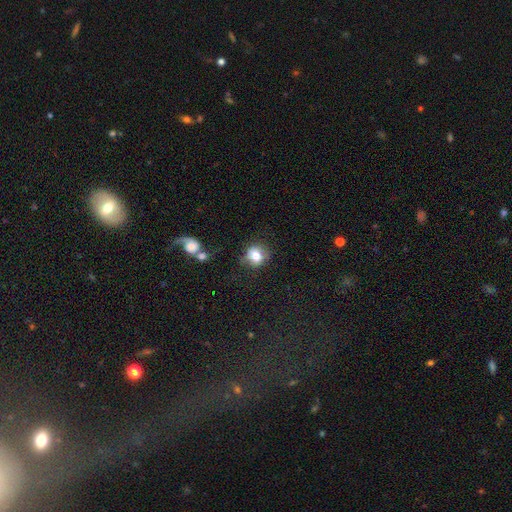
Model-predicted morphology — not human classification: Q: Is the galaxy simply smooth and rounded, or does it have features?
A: smooth — 79%.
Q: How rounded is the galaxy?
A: round — 76%.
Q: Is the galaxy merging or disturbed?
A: none — 67%.